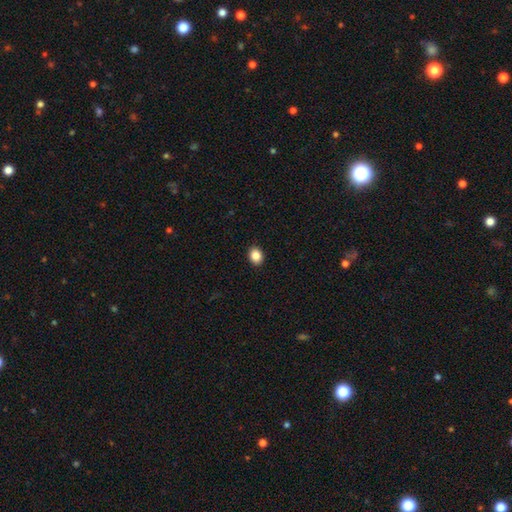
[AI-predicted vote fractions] A smooth galaxy with no disk features (86%) that is in between round and cigar-shaped (51%). Merging: none (91%).